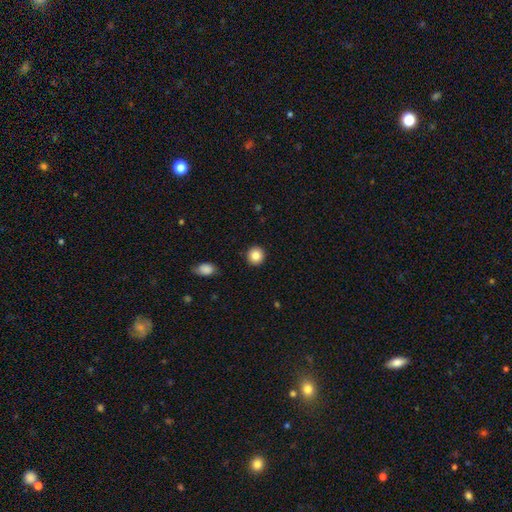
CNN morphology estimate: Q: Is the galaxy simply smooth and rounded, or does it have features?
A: smooth — 85%.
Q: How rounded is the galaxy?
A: round — 93%.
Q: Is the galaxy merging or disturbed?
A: none — 92%.